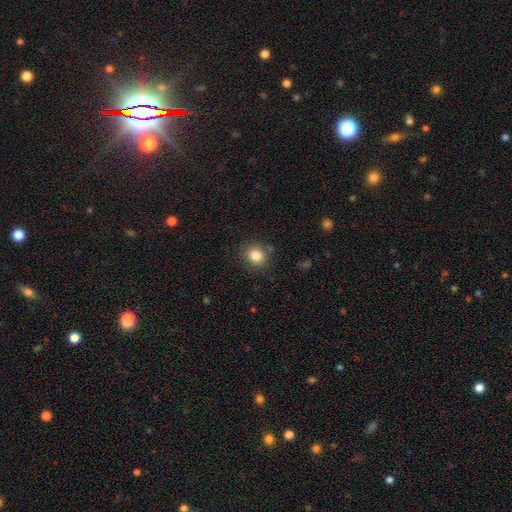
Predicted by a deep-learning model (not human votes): This is clearly a smooth galaxy (83%). How rounded: clearly round (81%). Merging: clearly none (85%).